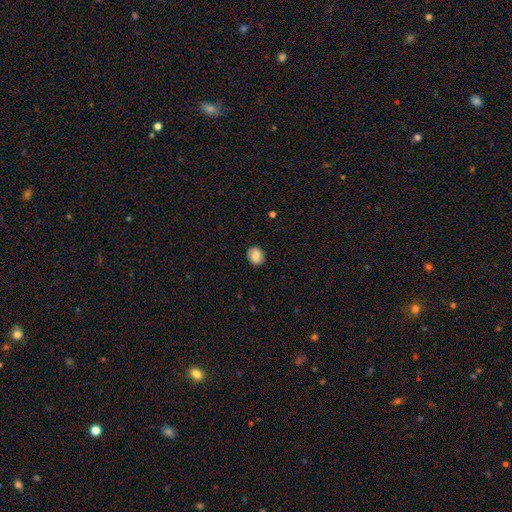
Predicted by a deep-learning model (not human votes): Overall: smooth (81%). How rounded: round (60%; in between 39%). Merging: none (87%).